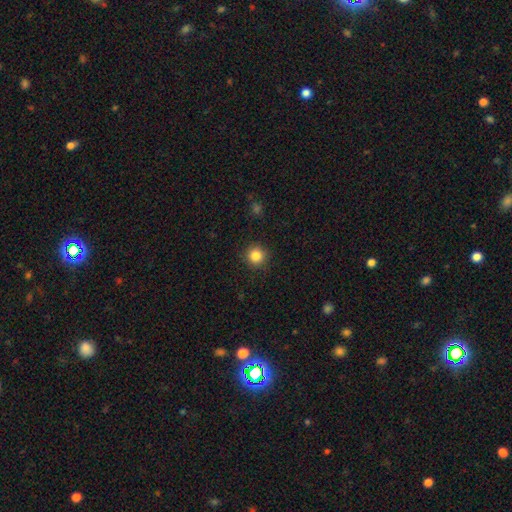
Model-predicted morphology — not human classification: This is clearly a smooth galaxy (84%). How rounded: clearly round (94%). Merging: clearly none (91%).